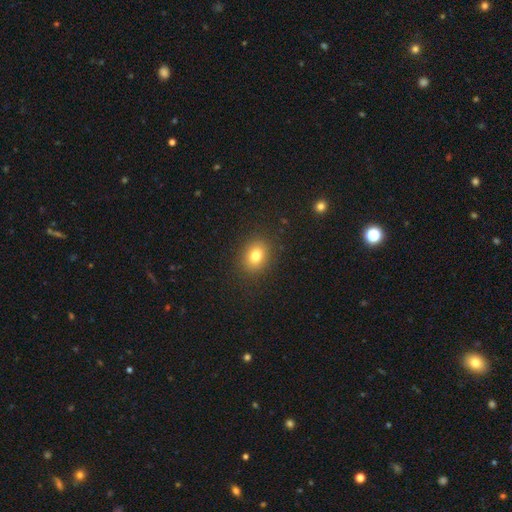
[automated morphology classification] type=smooth (79%); roundness=round (55%); merging=none (88%).